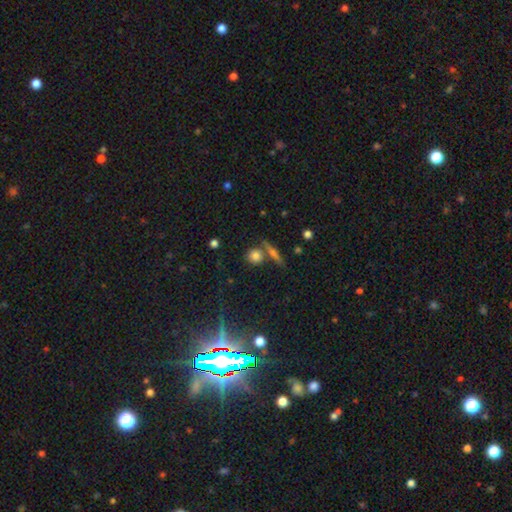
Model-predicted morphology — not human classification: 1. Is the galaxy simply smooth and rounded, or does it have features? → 74% smooth, 14% featured or disk, 12% star or artifact.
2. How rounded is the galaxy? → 85% round, 12% in between, 4% cigar-shaped.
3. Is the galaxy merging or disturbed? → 70% none, 17% merger, 9% minor disturbance, 3% major disturbance.